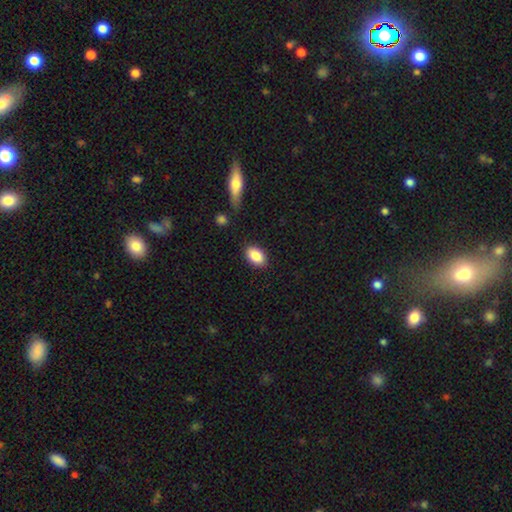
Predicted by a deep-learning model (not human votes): A smooth galaxy with no disk features (87%) that is in between round and cigar-shaped (90%). Merging: none (87%).